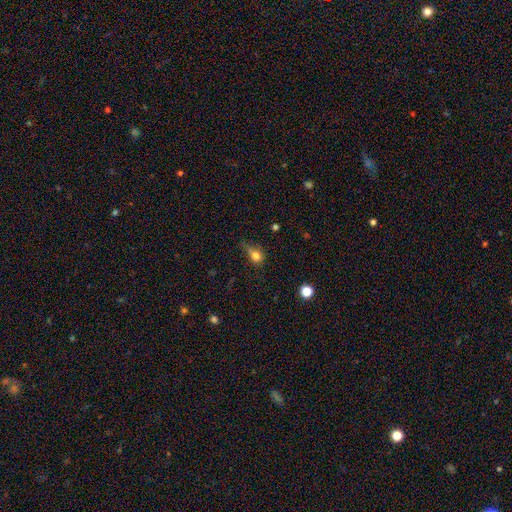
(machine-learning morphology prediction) Smooth or featured: smooth — 76% (star or artifact — 13%)
How rounded: round — 52% (in between — 45%)
Merging: none — 41% (minor disturbance — 35%)